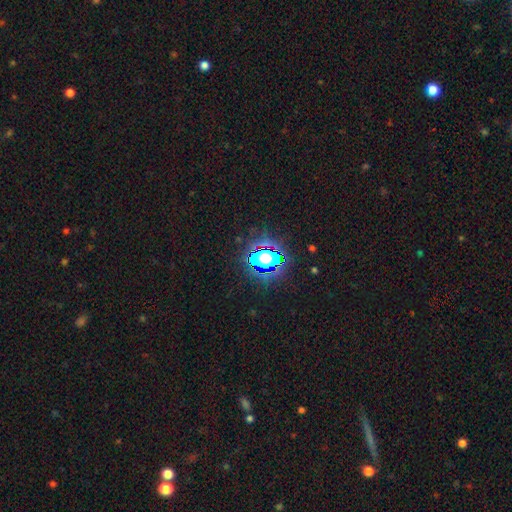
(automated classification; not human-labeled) This is likely a star or artifact rather than a galaxy (80%).